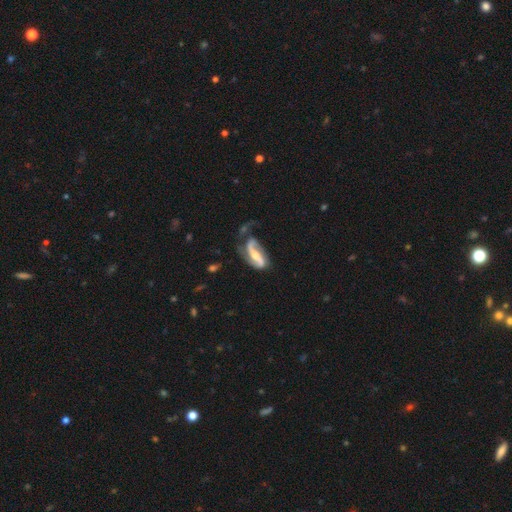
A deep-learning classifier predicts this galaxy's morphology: Smooth or featured: featured or disk — 86% (smooth — 10%)
Edge-on disk: no — 94% (yes — 6%)
Bar: strong — 45% (weak — 30%)
Spiral arms: yes — 94% (no — 6%)
Spiral winding: loose — 59% (medium — 29%)
Spiral arm count: 2 — 87% (1 — 7%)
Bulge size: moderate — 54% (small — 37%)
Merging: none — 47% (minor disturbance — 25%)